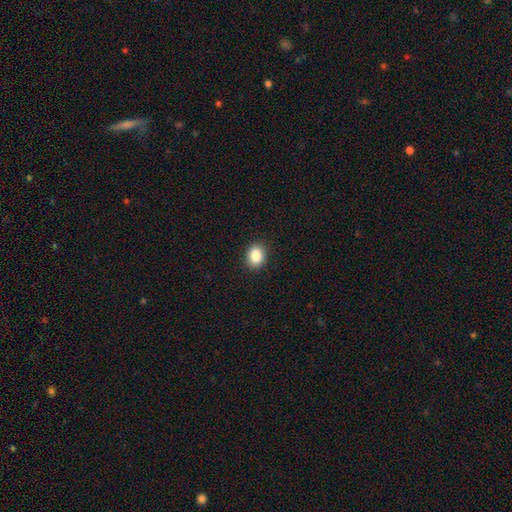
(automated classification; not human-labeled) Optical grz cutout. It shows a smooth galaxy with no disk features (88%) that is in between round and cigar-shaped (60%). Merging: none (90%).